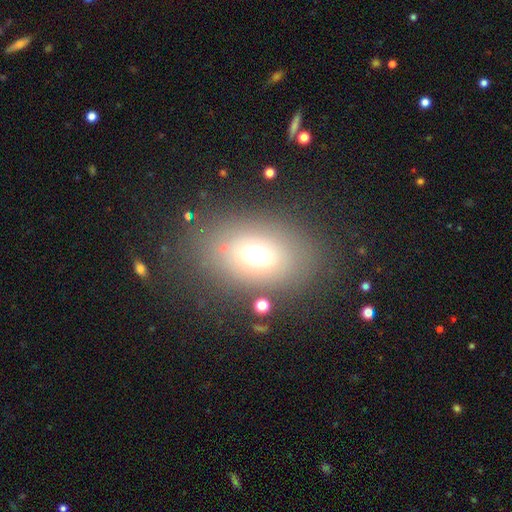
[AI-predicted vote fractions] smooth 65%, star or artifact 18%, featured or disk 17%. Down the decision tree: how rounded — in between (67%); merging — none (79%).